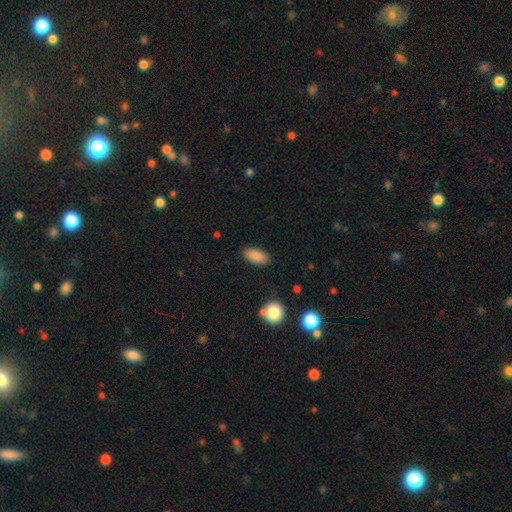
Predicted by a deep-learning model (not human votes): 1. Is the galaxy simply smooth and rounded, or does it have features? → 88% smooth, 7% star or artifact, 5% featured or disk.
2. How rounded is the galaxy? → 90% in between, 7% cigar-shaped, 3% round.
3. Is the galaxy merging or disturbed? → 86% none, 10% minor disturbance, 2% major disturbance, 2% merger.